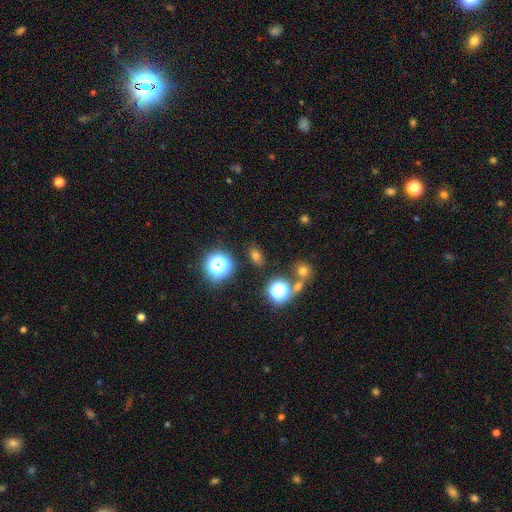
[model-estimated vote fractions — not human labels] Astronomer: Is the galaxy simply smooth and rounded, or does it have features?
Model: smooth — 63%.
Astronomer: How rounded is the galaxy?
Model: in between — 66%.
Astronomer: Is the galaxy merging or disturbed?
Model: none — 82%.